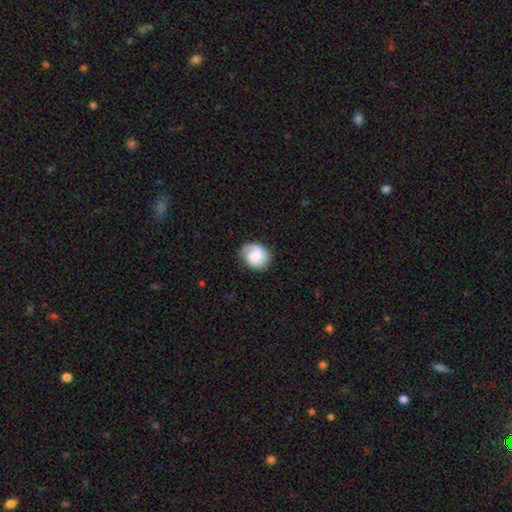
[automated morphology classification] Overall: smooth (46%, tied with featured or disk). Merging: none (73%).